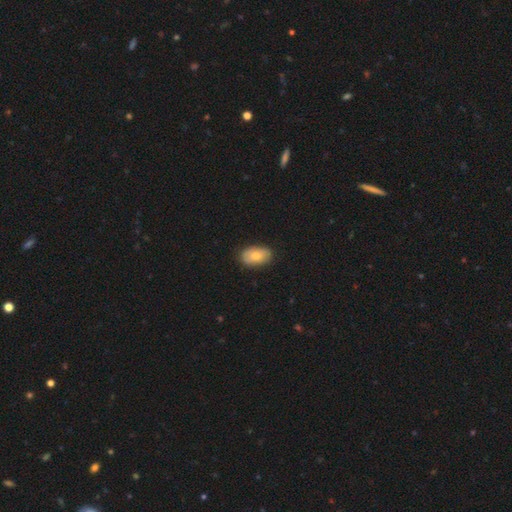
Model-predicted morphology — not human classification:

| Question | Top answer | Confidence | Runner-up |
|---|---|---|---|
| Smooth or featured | smooth | 77% | featured or disk (16%) |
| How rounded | in between | 92% | round (6%) |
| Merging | none | 84% | minor disturbance (13%) |